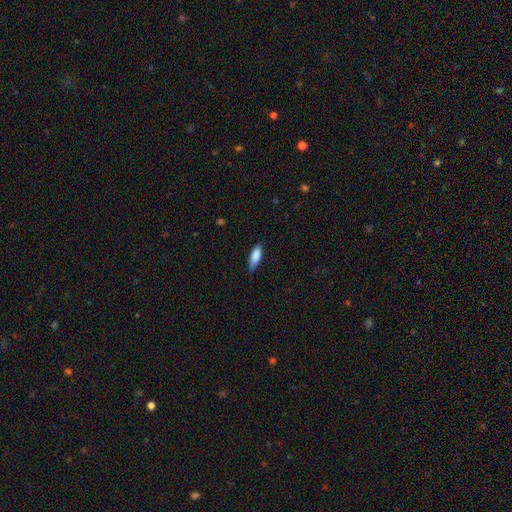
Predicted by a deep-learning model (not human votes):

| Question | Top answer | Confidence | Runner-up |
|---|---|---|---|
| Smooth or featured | smooth | 86% | featured or disk (8%) |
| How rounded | in between | 71% | cigar-shaped (27%) |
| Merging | none | 69% | minor disturbance (26%) |